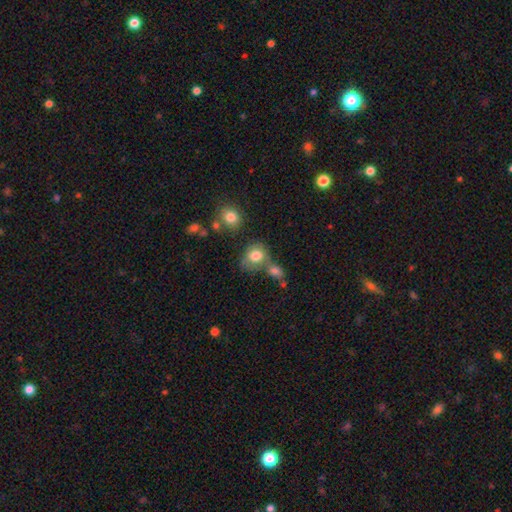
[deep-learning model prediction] A smooth galaxy with no disk features (78%) that is round (56%). Merging: none (40%).